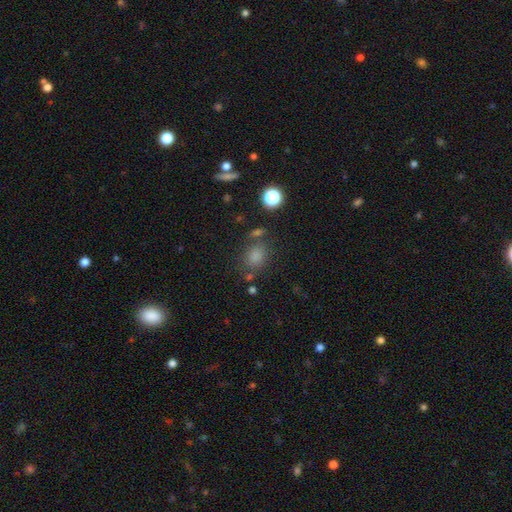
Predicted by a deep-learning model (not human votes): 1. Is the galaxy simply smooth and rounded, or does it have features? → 68% smooth, 24% star or artifact, 8% featured or disk.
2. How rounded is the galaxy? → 62% round, 37% in between, 2% cigar-shaped.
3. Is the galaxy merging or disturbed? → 74% none, 13% minor disturbance, 9% merger, 5% major disturbance.